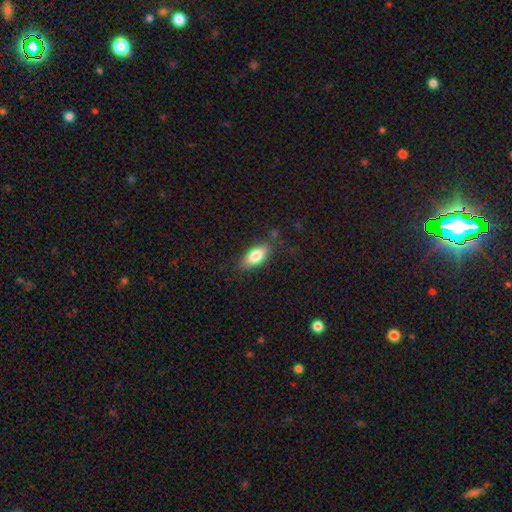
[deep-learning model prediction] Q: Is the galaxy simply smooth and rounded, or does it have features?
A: smooth — 79%.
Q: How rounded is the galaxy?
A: in between — 84%.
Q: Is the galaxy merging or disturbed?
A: none — 79%.